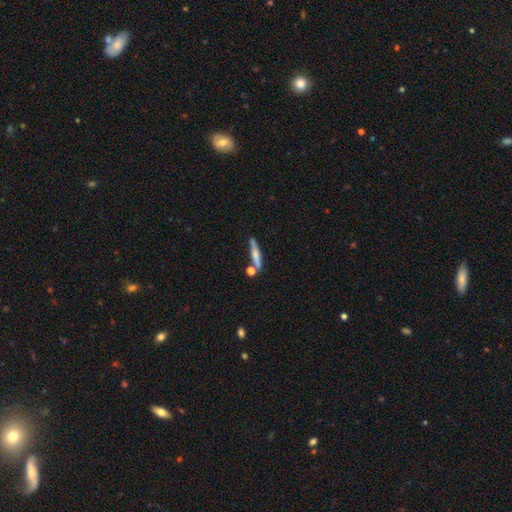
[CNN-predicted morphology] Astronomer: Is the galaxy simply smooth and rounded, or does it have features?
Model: smooth — 54% (runner-up: featured or disk, 39%).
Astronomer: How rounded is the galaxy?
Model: cigar-shaped — 87%.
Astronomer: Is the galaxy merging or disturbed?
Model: none — 71%.